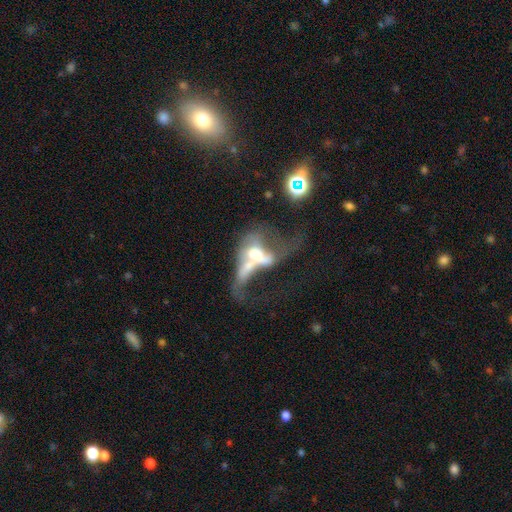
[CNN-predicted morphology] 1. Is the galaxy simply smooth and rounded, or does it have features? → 59% featured or disk, 31% smooth, 11% star or artifact.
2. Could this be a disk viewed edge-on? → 92% no, 8% yes.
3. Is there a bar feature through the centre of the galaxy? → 71% no, 19% weak, 10% strong.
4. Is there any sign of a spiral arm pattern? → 70% no, 30% yes.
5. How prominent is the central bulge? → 34% moderate, 29% large, 18% none, 11% small, 7% dominant.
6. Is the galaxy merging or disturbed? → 60% merger, 29% major disturbance, 7% none, 5% minor disturbance.